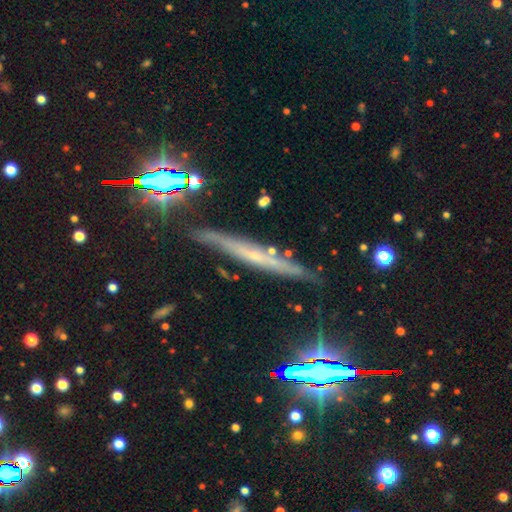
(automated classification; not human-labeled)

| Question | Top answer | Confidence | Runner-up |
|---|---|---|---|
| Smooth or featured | featured or disk | 57% | smooth (26%) |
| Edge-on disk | yes | 90% | no (10%) |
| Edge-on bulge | none | 58% | rounded (35%) |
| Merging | none | 78% | minor disturbance (16%) |